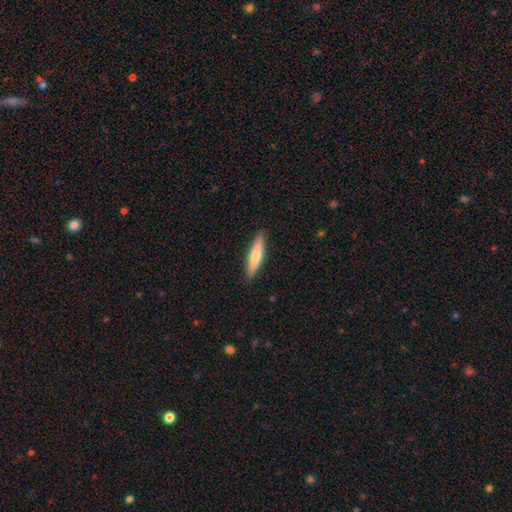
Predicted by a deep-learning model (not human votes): smooth 66%, featured or disk 29%, star or artifact 5%. Down the decision tree: how rounded — cigar-shaped (85%); merging — none (90%).